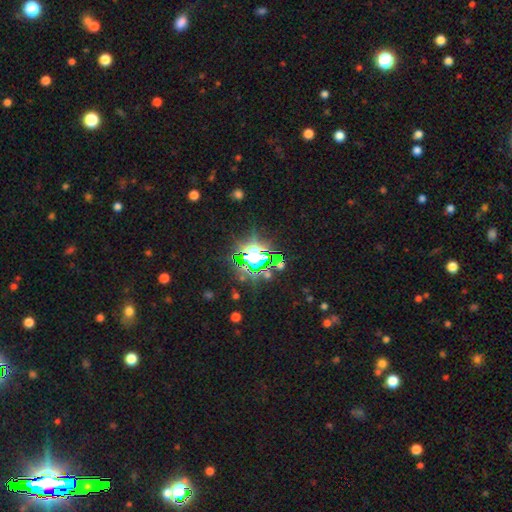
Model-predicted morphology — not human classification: smooth_or_featured: star or artifact (p=0.73) [alt: smooth p=0.17]